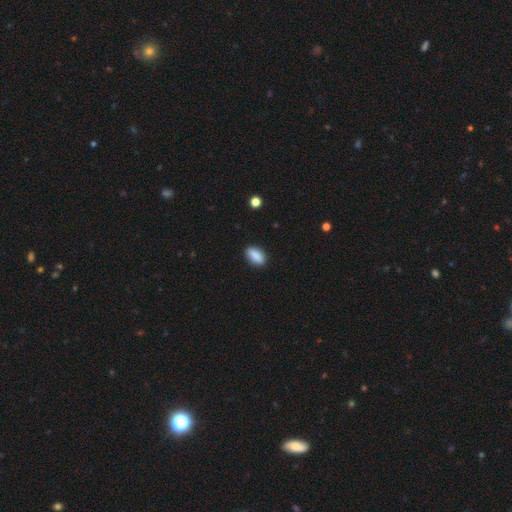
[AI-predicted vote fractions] A smooth galaxy with no disk features (88%) that is in between round and cigar-shaped (88%).

Vote fractions:
- Smooth or featured? smooth: 88% / star or artifact: 7% / featured or disk: 5%
- How rounded? in between: 88% / cigar-shaped: 8% / round: 4%
- Merging? none: 87% / minor disturbance: 9% / major disturbance: 2% / merger: 1%